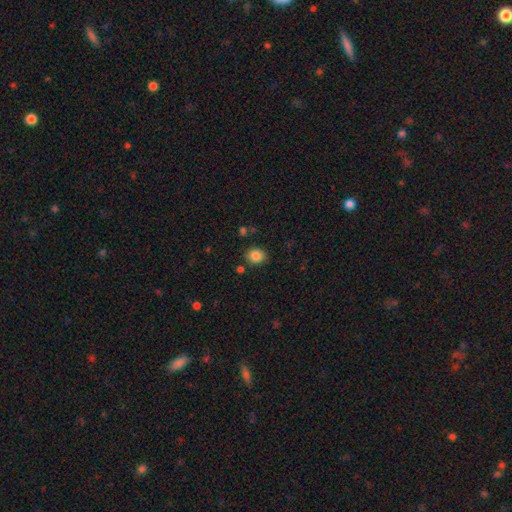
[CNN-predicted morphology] Overall: smooth (85%). How rounded: round (70%). Merging: none (83%).